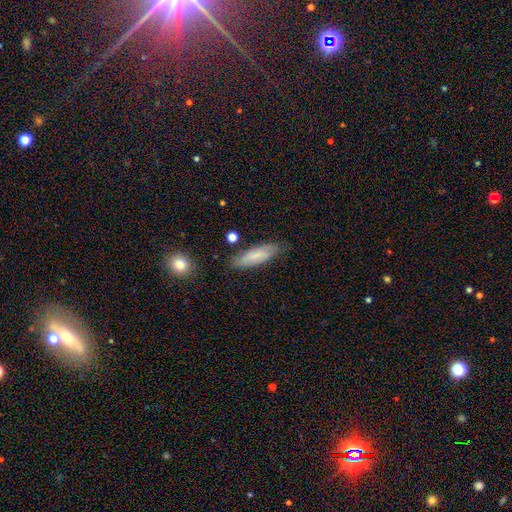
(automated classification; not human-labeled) smooth 74%, featured or disk 20%, star or artifact 7%. Down the decision tree: how rounded — cigar-shaped (53%); merging — none (78%).